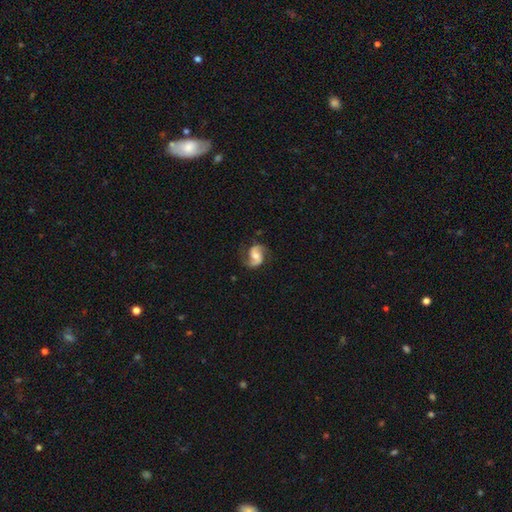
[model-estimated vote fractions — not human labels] This is clearly a featured or disk galaxy (87%). It is clearly not viewed edge-on (98%). Bar: marginally no (44%). Spiral arm pattern: clearly yes (97%). Spiral arm count: clearly 2 (93%). Spiral winding: possibly medium (51%). Central bulge: likely moderate (63%). Merging: likely none (79%).